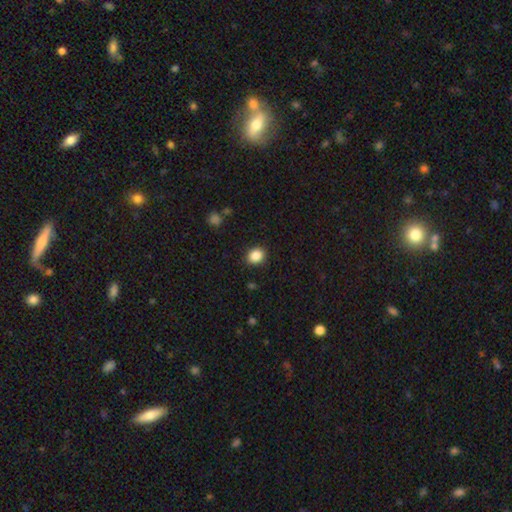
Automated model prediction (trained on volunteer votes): Q: Smooth or featured?
A: smooth (87%); runner-up: star or artifact (9%)
Q: How rounded?
A: round (60%); runner-up: in between (39%)
Q: Merging?
A: none (89%); runner-up: minor disturbance (7%)